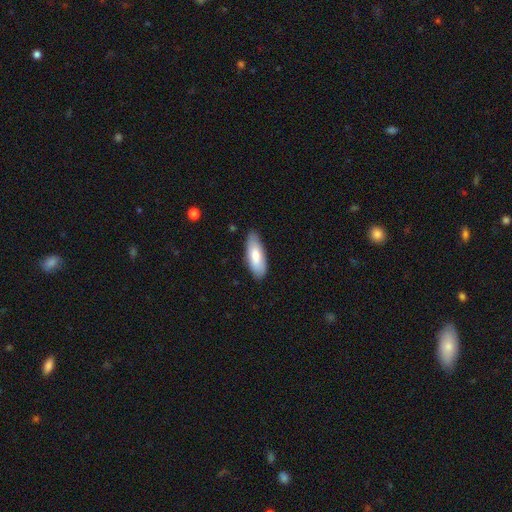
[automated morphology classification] Smooth or featured? Predicted: smooth (p=0.78). How rounded? Predicted: in between (p=0.71). Merging? Predicted: none (p=0.84).